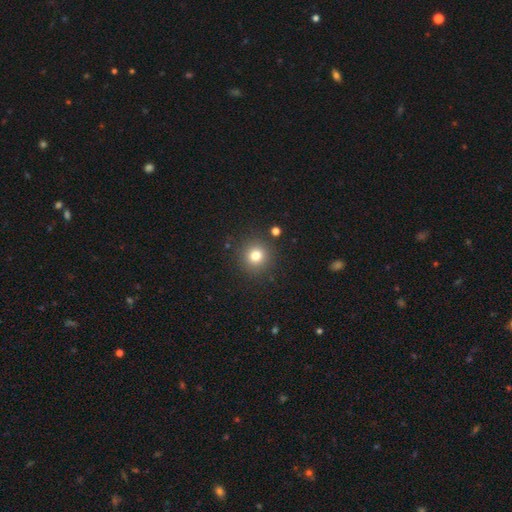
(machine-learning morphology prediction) smooth-or-featured: smooth: 79% | star or artifact: 13% | featured or disk: 8%
  how-rounded: round: 93% | in between: 6% | cigar-shaped: 1%
  merging: none: 88% | minor disturbance: 7% | major disturbance: 3% | merger: 2%